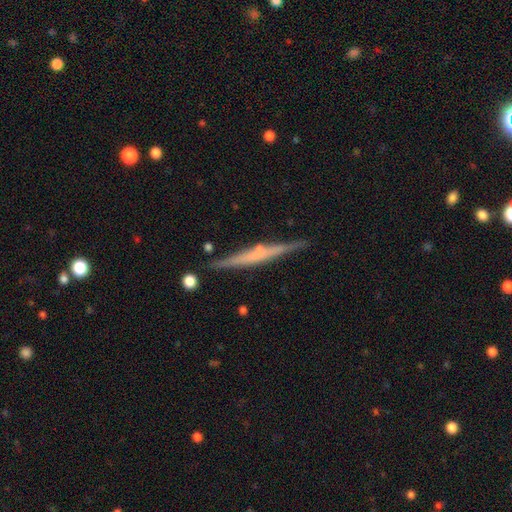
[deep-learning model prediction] This appears to be a featured or disk galaxy (71%) viewed edge-on (98%) with no central bulge (45%). Merging: none (87%).